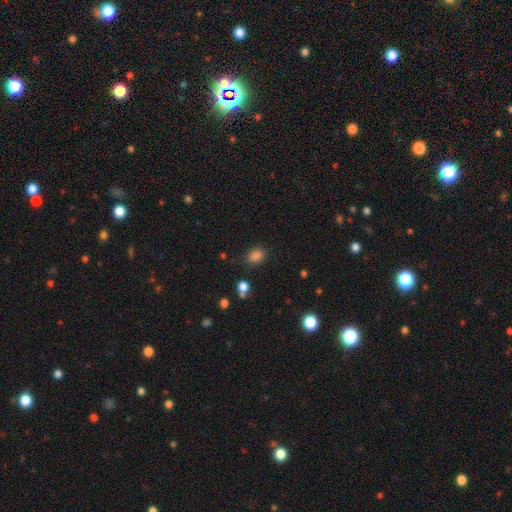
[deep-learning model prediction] Smooth or featured? smooth (83%)
How rounded? in between (67%)
Merging? none (80%)